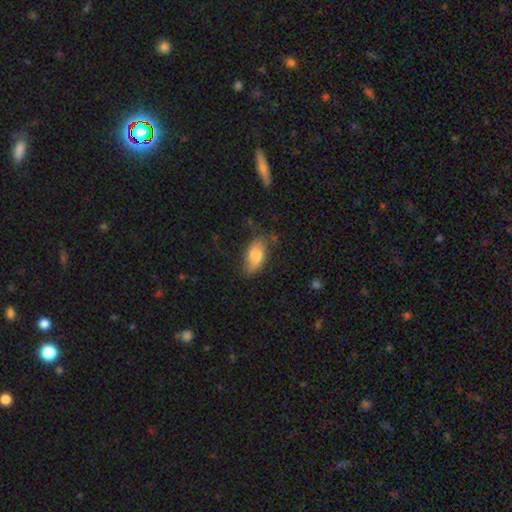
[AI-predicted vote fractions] Smooth or featured: smooth — 74% (featured or disk — 19%)
How rounded: in between — 91% (cigar-shaped — 4%)
Merging: none — 58% (minor disturbance — 28%)